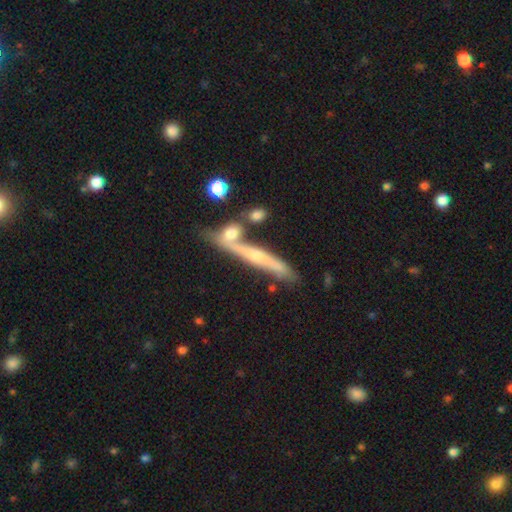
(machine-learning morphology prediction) The model was most divided on "edge-on bulge": rounded: 66%, none: 27%, boxy: 7%. More confident: edge-on disk — yes (89%); smooth or featured — featured or disk (67%); merging — none (60%).